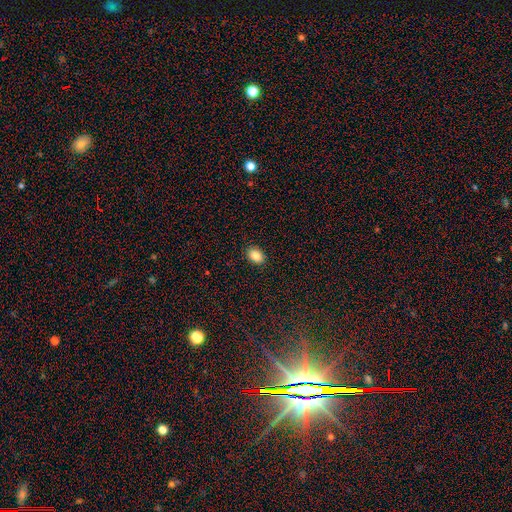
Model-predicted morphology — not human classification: Smooth or featured? smooth (86%)
How rounded? in between (78%)
Merging? none (90%)